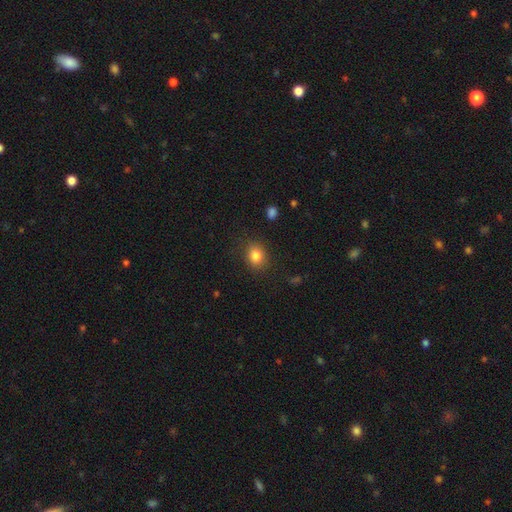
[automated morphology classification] A smooth galaxy with no disk features (83%) that is round (58%).

Vote fractions:
- Smooth or featured? smooth: 83% / star or artifact: 10% / featured or disk: 6%
- How rounded? round: 58% / in between: 41% / cigar-shaped: 1%
- Merging? none: 84% / minor disturbance: 12% / major disturbance: 3% / merger: 1%